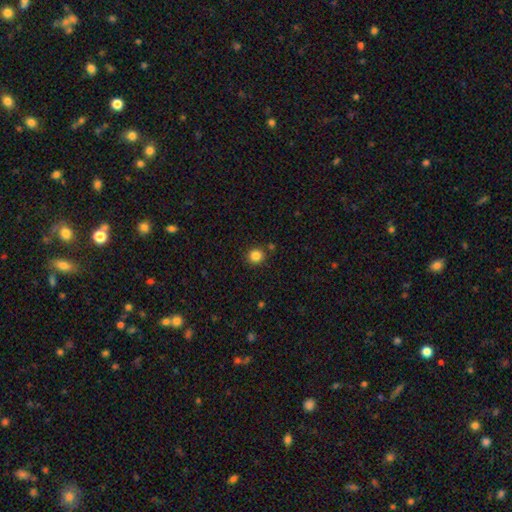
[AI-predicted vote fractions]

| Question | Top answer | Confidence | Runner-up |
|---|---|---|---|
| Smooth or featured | smooth | 84% | star or artifact (12%) |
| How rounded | round | 91% | in between (9%) |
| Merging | none | 87% | minor disturbance (7%) |